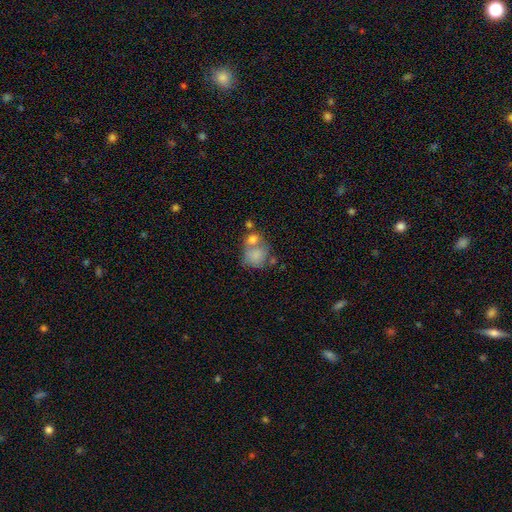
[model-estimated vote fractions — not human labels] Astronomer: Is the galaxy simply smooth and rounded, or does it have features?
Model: smooth — 70%.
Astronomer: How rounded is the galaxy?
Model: round — 64%.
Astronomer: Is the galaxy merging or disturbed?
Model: merger — 46% (runner-up: none, 29%).